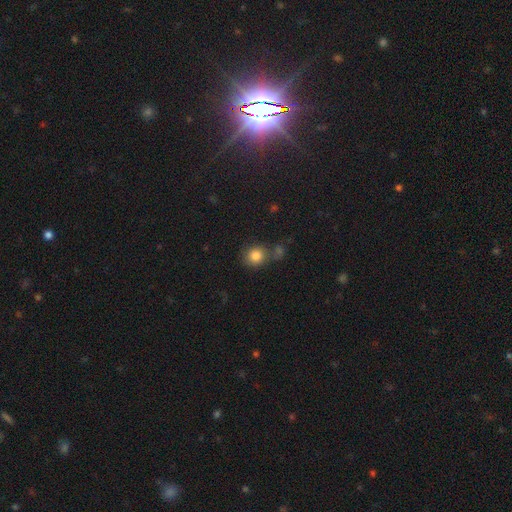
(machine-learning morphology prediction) A smooth galaxy with no disk features (84%) that is round (82%).

Vote fractions:
- Smooth or featured? smooth: 84% / star or artifact: 10% / featured or disk: 6%
- How rounded? round: 82% / in between: 17% / cigar-shaped: 1%
- Merging? none: 58% / merger: 24% / minor disturbance: 13% / major disturbance: 5%